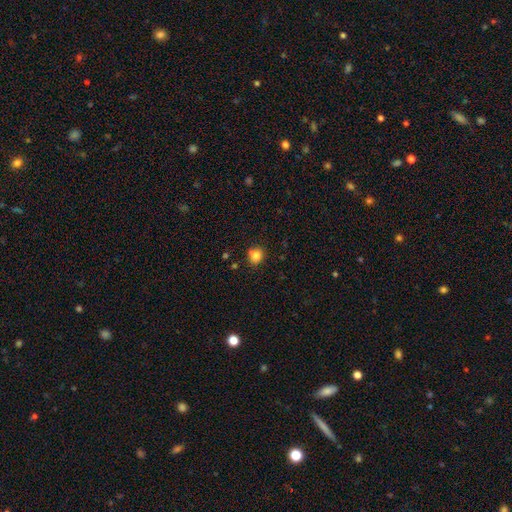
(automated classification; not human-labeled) Smooth or featured: smooth — 81% (star or artifact — 12%)
How rounded: round — 79% (in between — 21%)
Merging: none — 69% (minor disturbance — 16%)